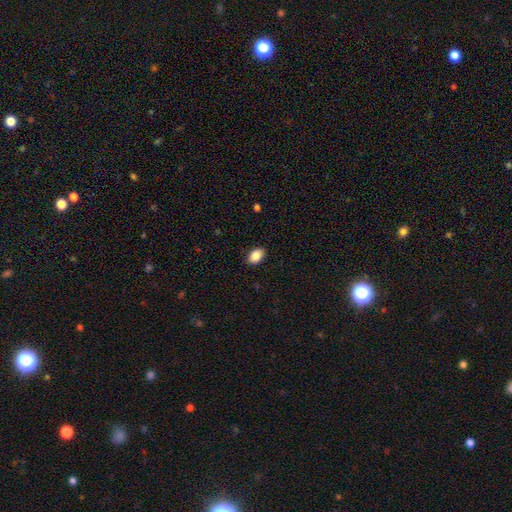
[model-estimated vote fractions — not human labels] smooth 86%, star or artifact 8%, featured or disk 6%. Down the decision tree: how rounded — in between (85%); merging — none (87%).